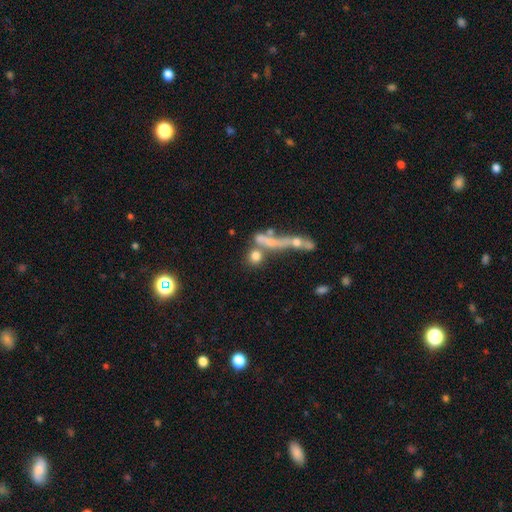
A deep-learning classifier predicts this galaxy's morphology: Overall: smooth (57%; featured or disk 26%). How rounded: round (50%; cigar-shaped 28%). Merging: merger (40%; none 37%).